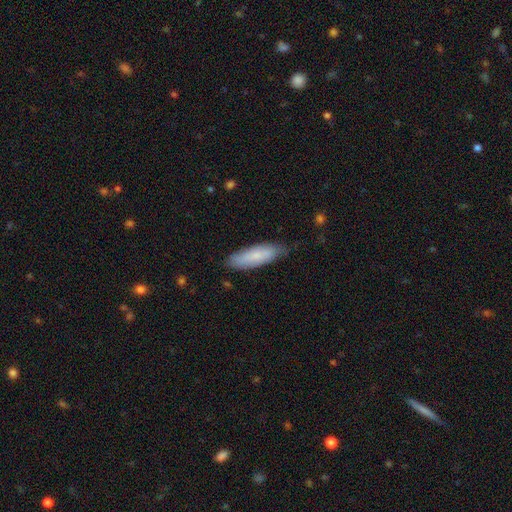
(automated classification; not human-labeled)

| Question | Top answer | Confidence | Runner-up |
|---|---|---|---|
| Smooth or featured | smooth | 73% | featured or disk (21%) |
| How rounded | in between | 50% | cigar-shaped (49%) |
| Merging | none | 75% | minor disturbance (20%) |